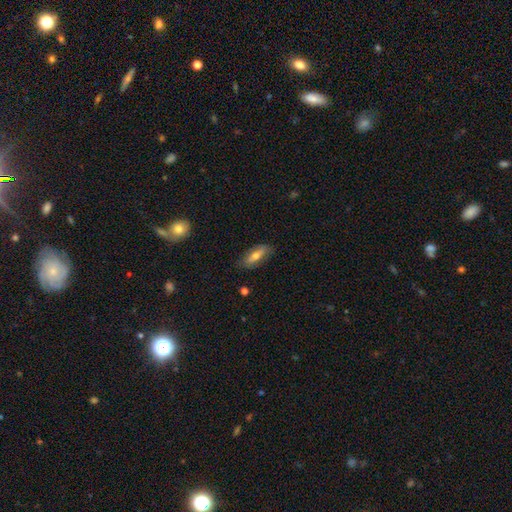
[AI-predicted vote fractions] Smooth or featured: smooth — 62% (featured or disk — 32%)
How rounded: in between — 69% (cigar-shaped — 28%)
Merging: none — 79% (minor disturbance — 16%)